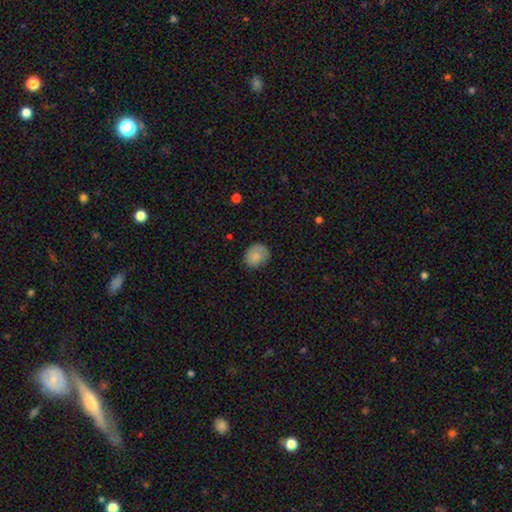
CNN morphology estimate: Smooth or featured: smooth — 82% (featured or disk — 10%)
How rounded: round — 66% (in between — 33%)
Merging: none — 79% (minor disturbance — 17%)